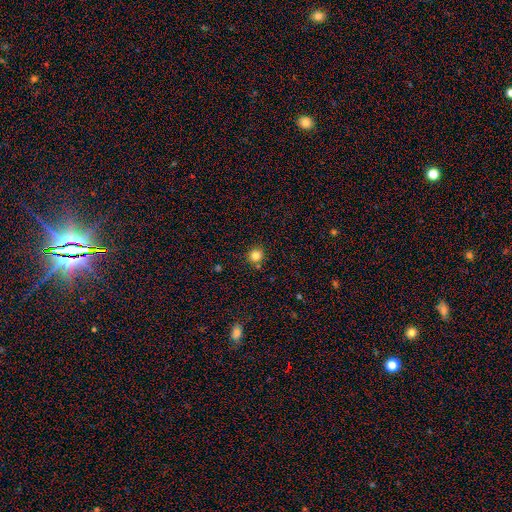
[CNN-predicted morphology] This appears to be a smooth galaxy with no disk features (82%) that is round (93%). Merging: none (86%).